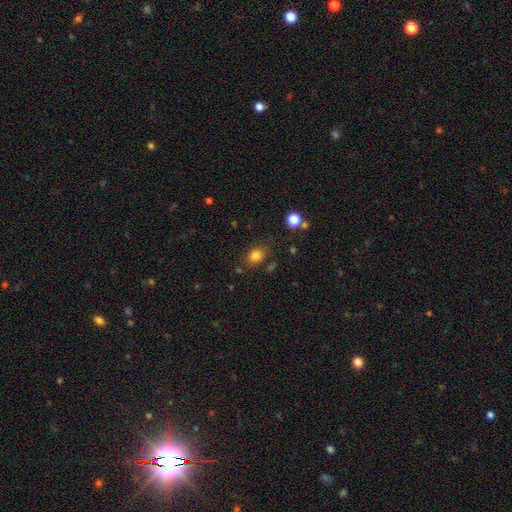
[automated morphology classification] A smooth galaxy with no disk features (82%) that is round (56%).

Vote fractions:
- Smooth or featured? smooth: 82% / star or artifact: 13% / featured or disk: 6%
- How rounded? round: 56% / in between: 43% / cigar-shaped: 1%
- Merging? none: 74% / minor disturbance: 16% / major disturbance: 6% / merger: 4%